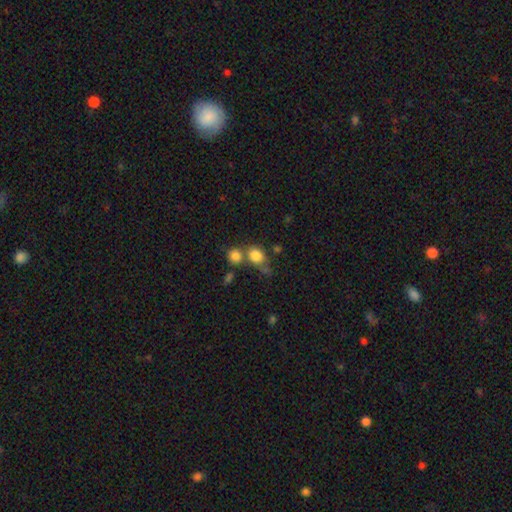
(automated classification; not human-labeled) smooth_or_featured: smooth (p=0.82) [alt: star or artifact p=0.10]
how_rounded: round (p=0.66) [alt: in between p=0.33]
merging: none (p=0.46) [alt: merger p=0.35]